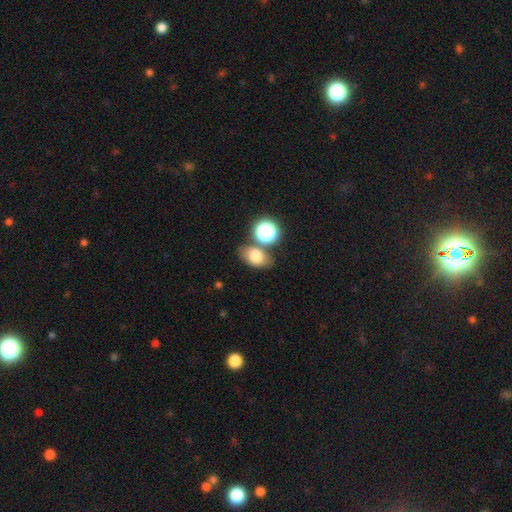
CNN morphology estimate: Smooth or featured? Predicted: smooth (p=0.72). How rounded? Predicted: in between (p=0.75). Merging? Predicted: none (p=0.63).